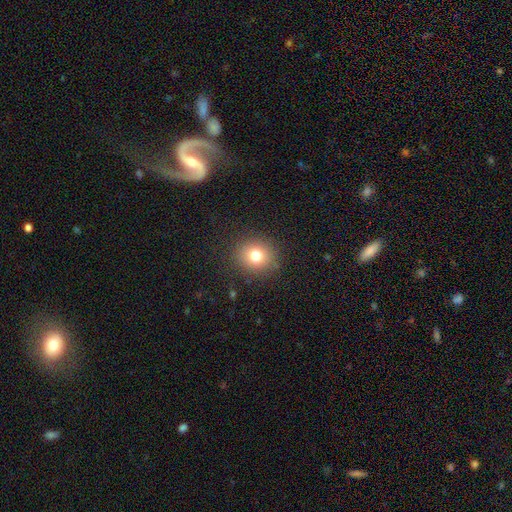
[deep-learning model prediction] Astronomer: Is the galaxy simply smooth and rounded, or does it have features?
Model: smooth — 77%.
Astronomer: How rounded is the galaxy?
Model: round — 83%.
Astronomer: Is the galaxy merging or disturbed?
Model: none — 88%.